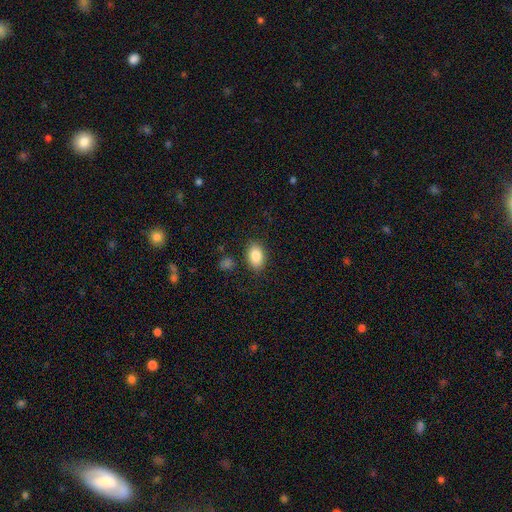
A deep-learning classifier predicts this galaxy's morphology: Smooth or featured?
  - smooth: 86% *
  - star or artifact: 7%
  - featured or disk: 7%
How rounded?
  - in between: 88% *
  - round: 11%
  - cigar-shaped: 2%
Merging?
  - none: 84% *
  - minor disturbance: 11%
  - major disturbance: 3%
  - merger: 2%